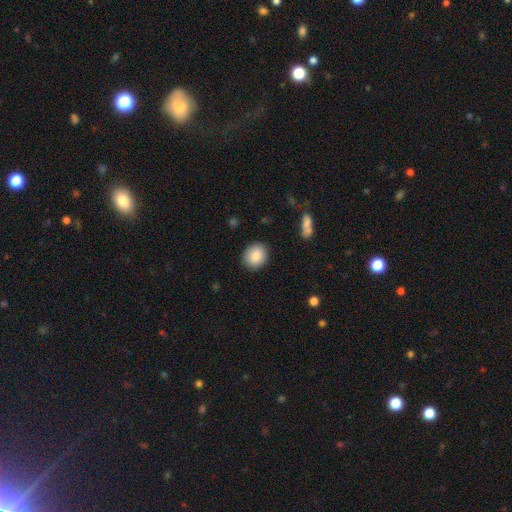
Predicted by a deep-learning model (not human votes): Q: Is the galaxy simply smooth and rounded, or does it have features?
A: smooth — 87%.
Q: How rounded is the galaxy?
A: round — 72%.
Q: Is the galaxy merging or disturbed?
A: none — 89%.